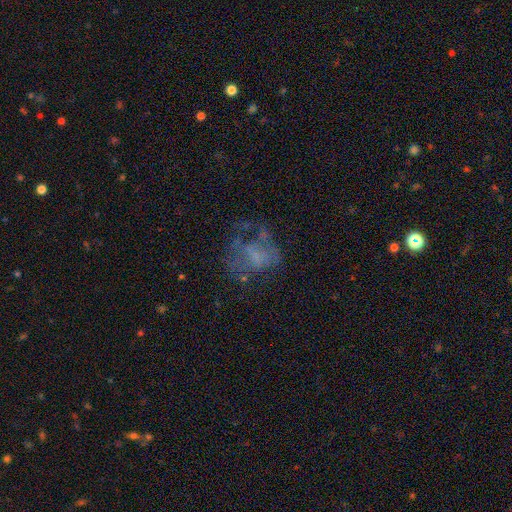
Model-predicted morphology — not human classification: Smooth or featured?
  - featured or disk: 49% *
  - smooth: 32%
  - star or artifact: 19%
Merging?
  - major disturbance: 39% *
  - none: 38%
  - minor disturbance: 18%
  - merger: 5%